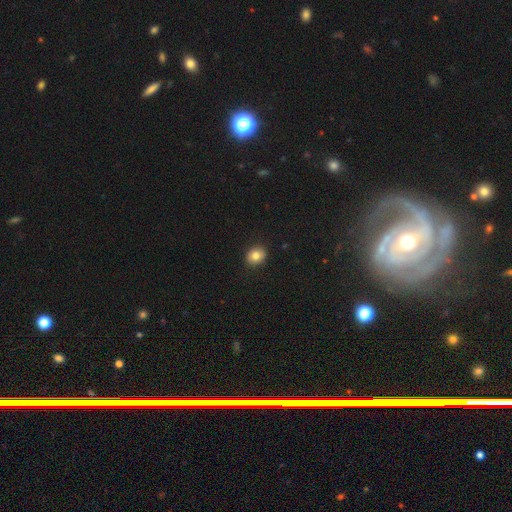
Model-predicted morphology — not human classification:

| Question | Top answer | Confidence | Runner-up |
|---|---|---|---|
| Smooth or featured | smooth | 81% | star or artifact (10%) |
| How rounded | round | 58% | in between (41%) |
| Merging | none | 88% | minor disturbance (9%) |